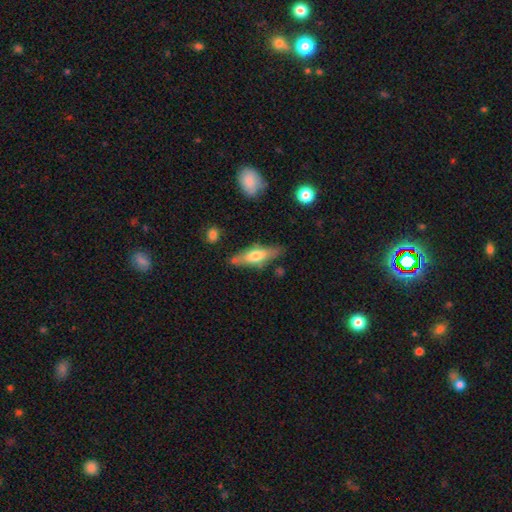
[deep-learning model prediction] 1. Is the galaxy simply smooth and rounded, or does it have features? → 51% smooth, 43% featured or disk, 6% star or artifact.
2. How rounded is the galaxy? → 55% cigar-shaped, 42% in between, 2% round.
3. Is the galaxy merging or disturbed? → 74% none, 17% minor disturbance, 5% merger, 4% major disturbance.